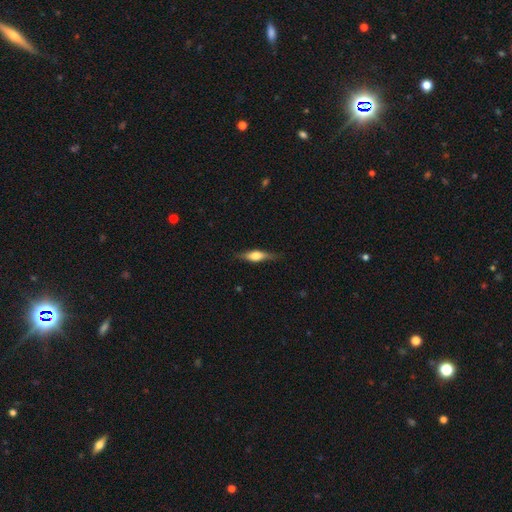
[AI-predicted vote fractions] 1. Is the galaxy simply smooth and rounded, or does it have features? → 47% smooth, 46% featured or disk, 7% star or artifact.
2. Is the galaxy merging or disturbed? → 78% none, 17% minor disturbance, 4% major disturbance, 1% merger.